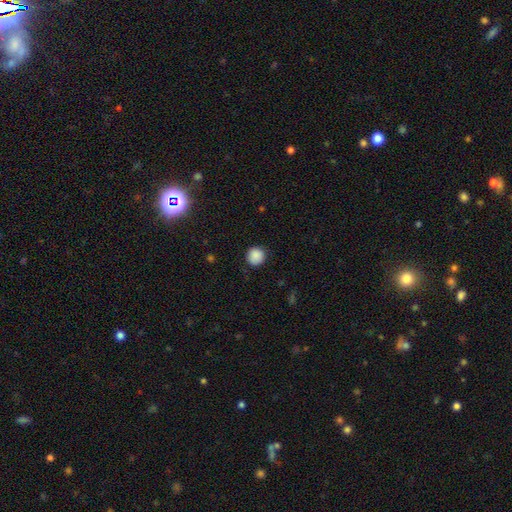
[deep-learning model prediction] A smooth galaxy with no disk features (88%) that is round (93%).

Vote fractions:
- Smooth or featured? smooth: 88% / star or artifact: 9% / featured or disk: 3%
- How rounded? round: 93% / in between: 6% / cigar-shaped: 1%
- Merging? none: 88% / minor disturbance: 9% / major disturbance: 2% / merger: 1%